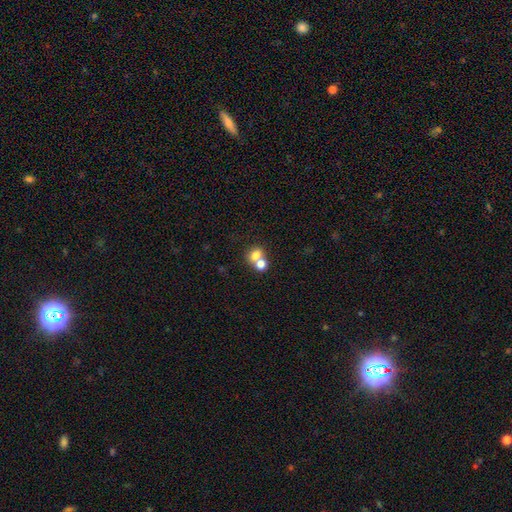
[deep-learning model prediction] smooth-or-featured: smooth: 75% | featured or disk: 14% | star or artifact: 11%
  how-rounded: round: 54% | in between: 45% | cigar-shaped: 1%
  merging: merger: 59% | none: 32% | minor disturbance: 6% | major disturbance: 3%